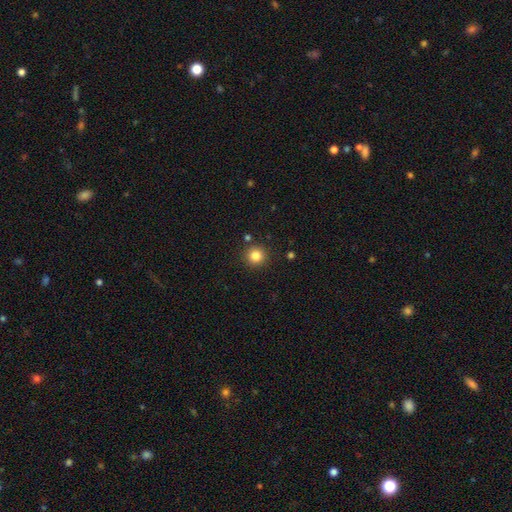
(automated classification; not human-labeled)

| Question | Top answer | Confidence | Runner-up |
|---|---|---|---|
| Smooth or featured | smooth | 82% | star or artifact (12%) |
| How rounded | round | 94% | in between (5%) |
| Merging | none | 89% | minor disturbance (6%) |